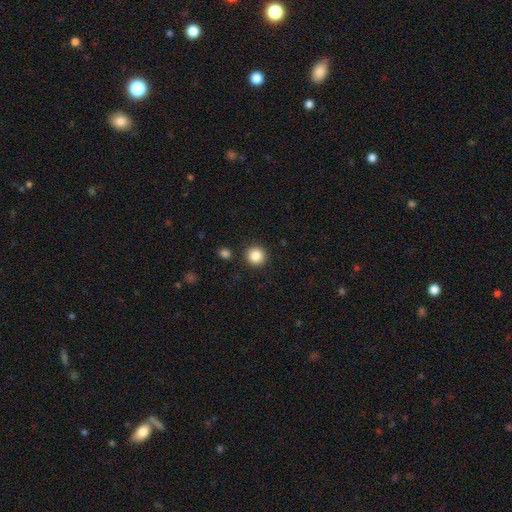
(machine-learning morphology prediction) smooth-or-featured: smooth: 86% | star or artifact: 10% | featured or disk: 4%
  how-rounded: round: 94% | in between: 5% | cigar-shaped: 1%
  merging: none: 90% | minor disturbance: 5% | merger: 2% | major disturbance: 2%